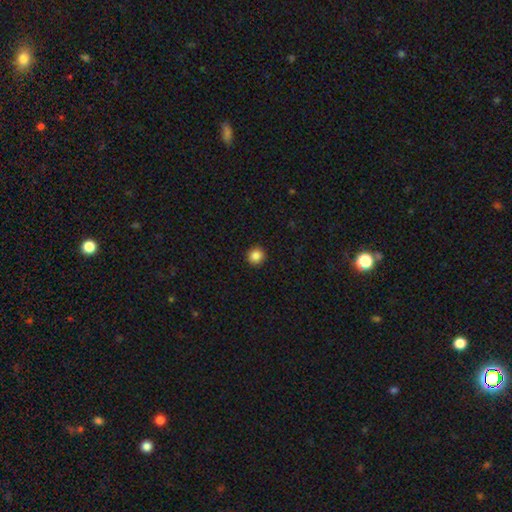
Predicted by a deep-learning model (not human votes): smooth 86%, star or artifact 10%, featured or disk 4%. Down the decision tree: how rounded — round (93%); merging — none (93%).